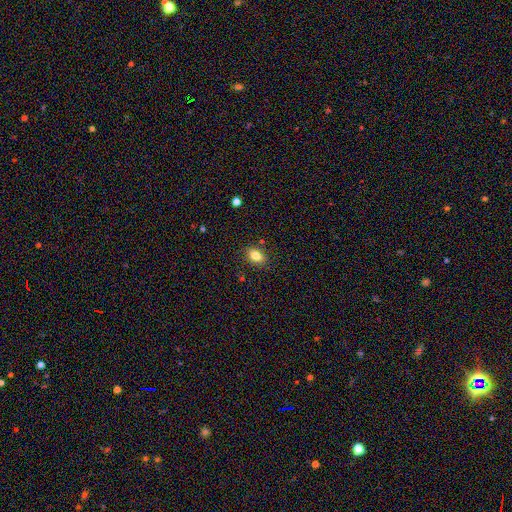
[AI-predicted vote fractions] The model was most divided on "how rounded": in between: 79%, round: 19%, cigar-shaped: 2%. More confident: merging — none (84%); smooth or featured — smooth (83%).